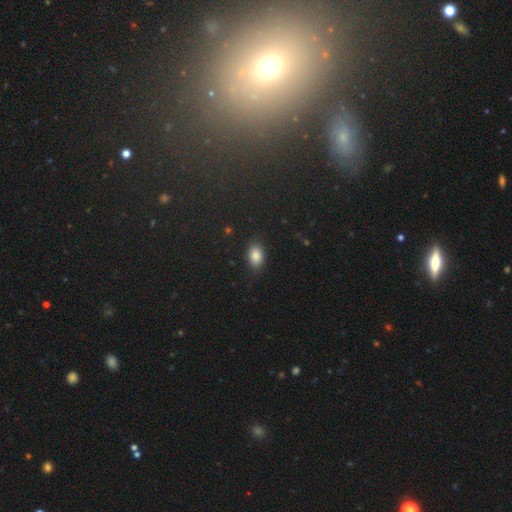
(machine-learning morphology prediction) This is clearly a smooth galaxy (86%). How rounded: clearly in between (87%). Merging: clearly none (86%).